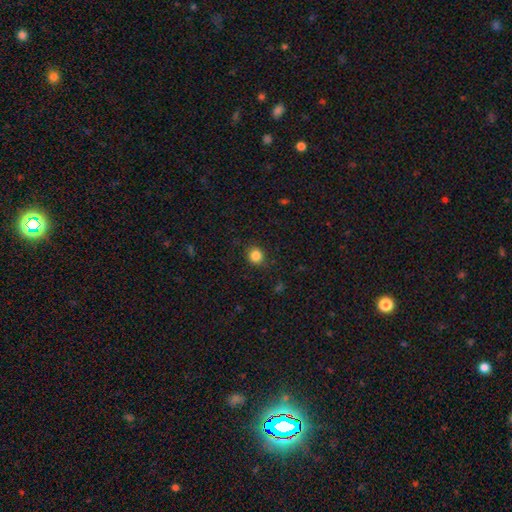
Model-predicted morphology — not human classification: Q: Smooth or featured?
A: smooth (84%); runner-up: star or artifact (11%)
Q: How rounded?
A: round (83%); runner-up: in between (16%)
Q: Merging?
A: none (87%); runner-up: minor disturbance (9%)